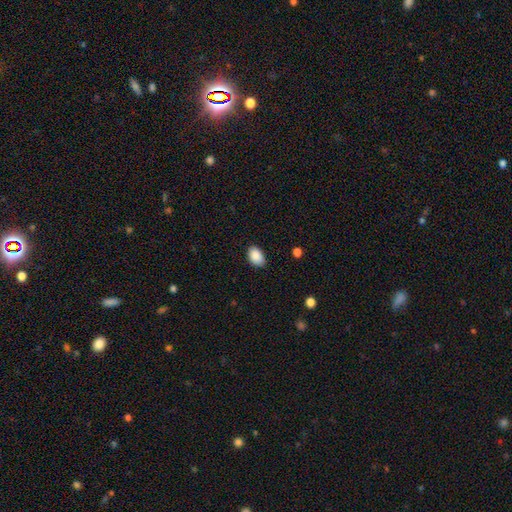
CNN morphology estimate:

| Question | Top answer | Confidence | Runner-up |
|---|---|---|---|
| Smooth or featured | smooth | 89% | star or artifact (8%) |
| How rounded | in between | 87% | round (12%) |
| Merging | none | 81% | minor disturbance (15%) |